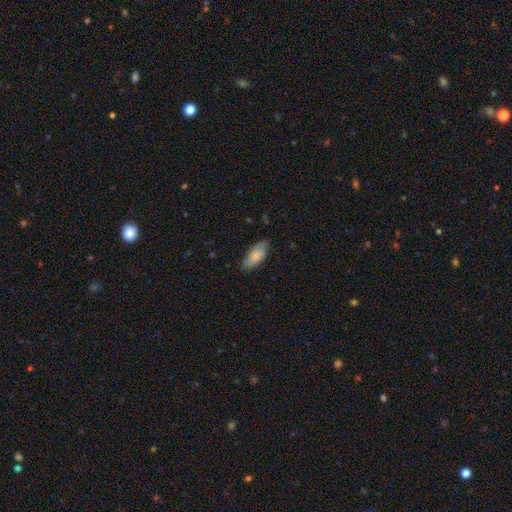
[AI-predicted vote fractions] This is likely a smooth galaxy (75%). How rounded: clearly in between (88%). Merging: likely none (72%).